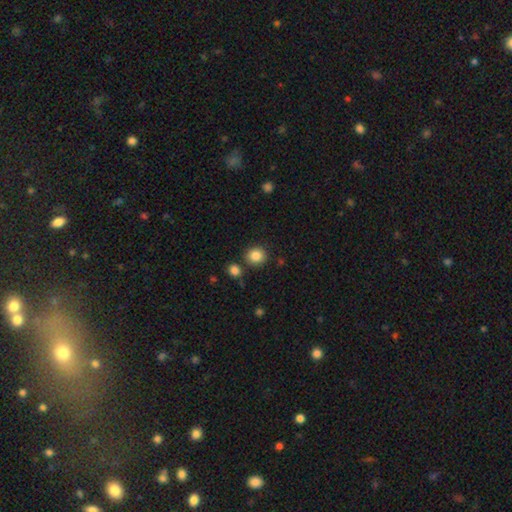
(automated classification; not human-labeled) Smooth or featured: smooth — 85% (star or artifact — 10%)
How rounded: round — 86% (in between — 13%)
Merging: none — 83% (minor disturbance — 8%)